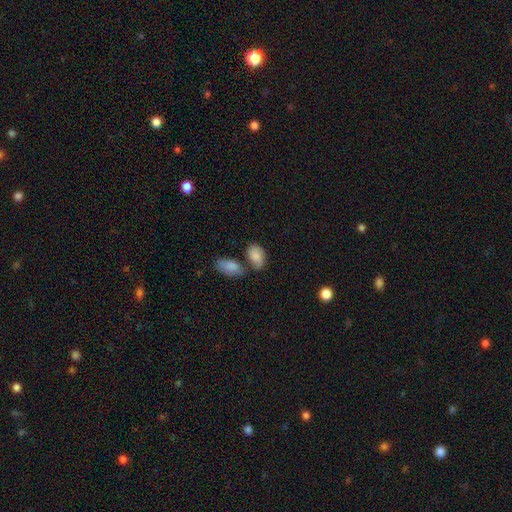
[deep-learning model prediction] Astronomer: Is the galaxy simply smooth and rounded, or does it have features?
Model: smooth — 79%.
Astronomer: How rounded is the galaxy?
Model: in between — 88%.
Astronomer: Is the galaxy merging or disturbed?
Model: none — 46% (runner-up: merger, 25%).